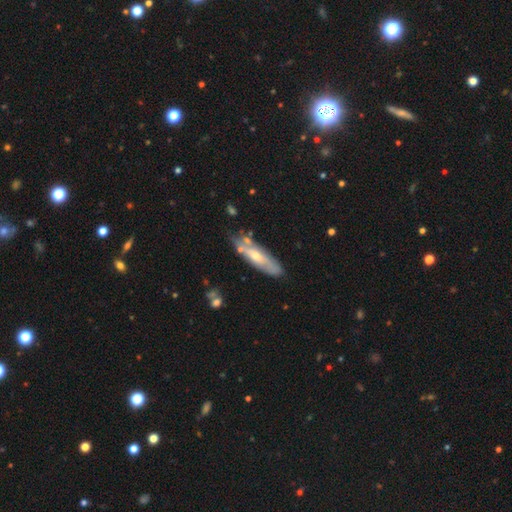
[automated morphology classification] Q: Smooth or featured?
A: featured or disk (56%); runner-up: smooth (38%)
Q: Edge-on disk?
A: no (58%); runner-up: yes (42%)
Q: Merging?
A: none (64%); runner-up: minor disturbance (22%)